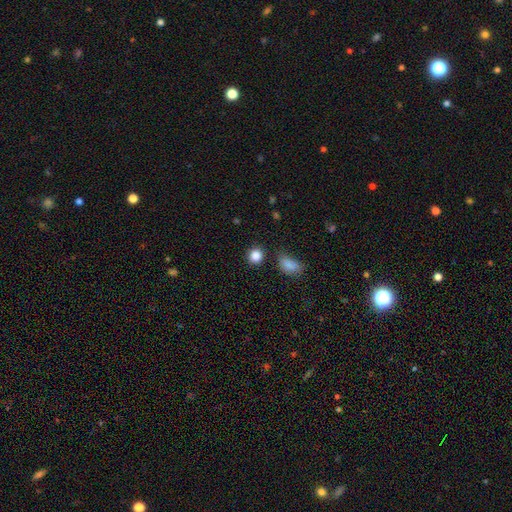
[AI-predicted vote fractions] smooth_or_featured: smooth (p=0.86) [alt: star or artifact p=0.10]
how_rounded: round (p=0.87) [alt: in between p=0.12]
merging: none (p=0.83) [alt: minor disturbance p=0.09]